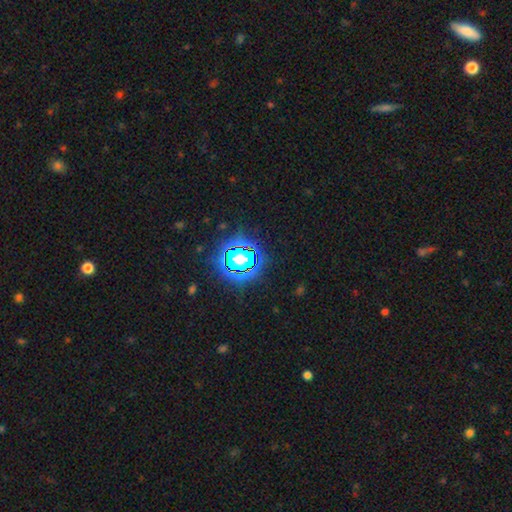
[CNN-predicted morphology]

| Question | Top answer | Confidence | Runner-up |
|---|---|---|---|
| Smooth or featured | star or artifact | 81% | smooth (12%) |